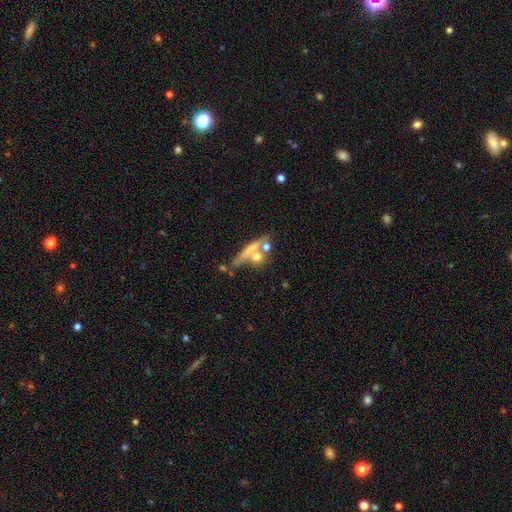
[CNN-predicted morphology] A smooth galaxy with no disk features (51%) that is cigar-shaped (62%). Merging: none (46%).